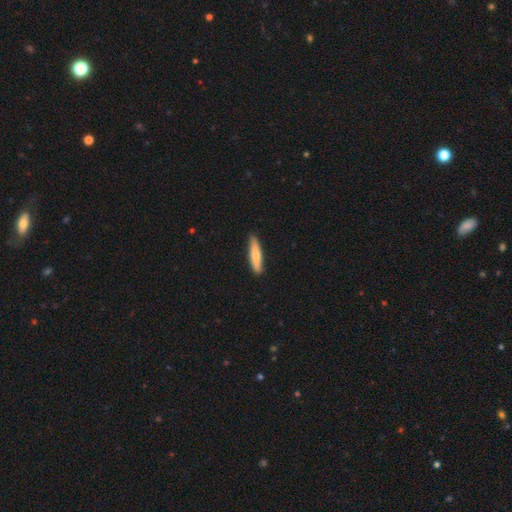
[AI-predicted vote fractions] The model was most divided on "smooth or featured": smooth: 69%, featured or disk: 26%, star or artifact: 5%. More confident: merging — none (87%); how rounded — cigar-shaped (83%).